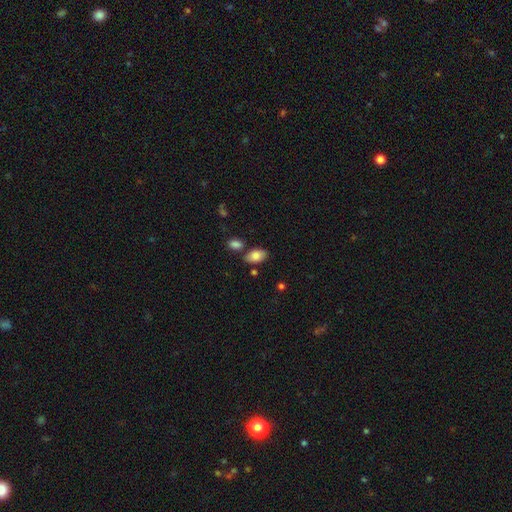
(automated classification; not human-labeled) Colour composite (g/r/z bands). It shows a smooth galaxy with no disk features (84%) that is in between round and cigar-shaped (92%). Merging: none (71%).